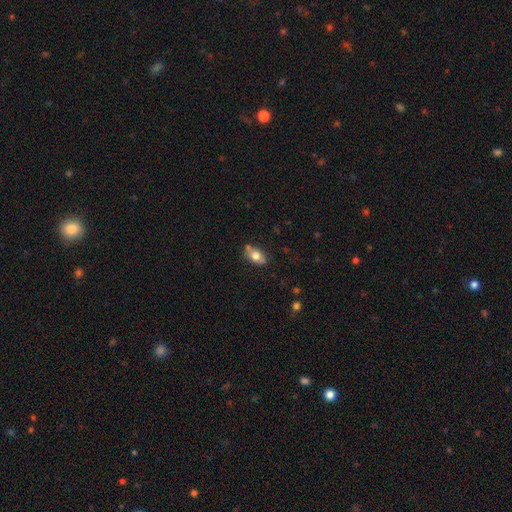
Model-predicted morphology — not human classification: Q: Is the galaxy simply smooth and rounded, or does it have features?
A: smooth — 74%.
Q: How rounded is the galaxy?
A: in between — 88%.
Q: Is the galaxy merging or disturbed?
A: none — 72%.